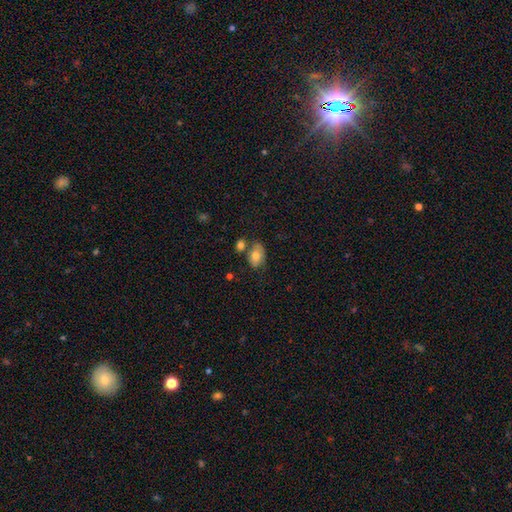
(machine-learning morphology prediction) smooth_or_featured: smooth (p=0.74) [alt: featured or disk p=0.18]
how_rounded: in between (p=0.83) [alt: round p=0.16]
merging: none (p=0.48) [alt: merger p=0.23]